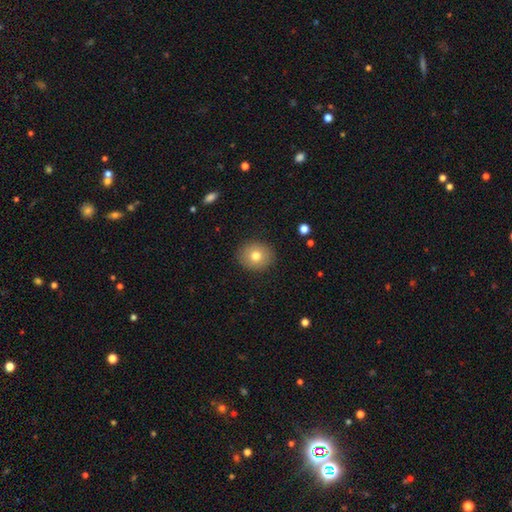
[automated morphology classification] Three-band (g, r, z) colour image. It shows a smooth galaxy with no disk features (76%) that is round (76%). Merging: none (89%).